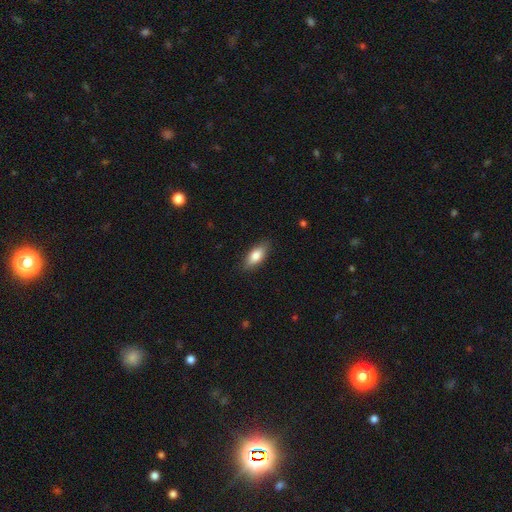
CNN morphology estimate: Overall: smooth (81%). How rounded: in between (82%). Merging: none (86%).